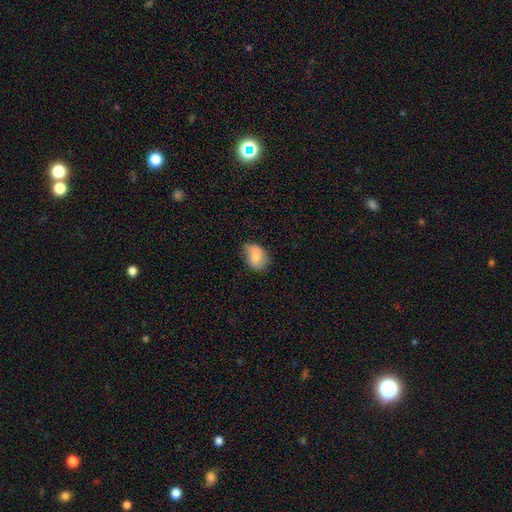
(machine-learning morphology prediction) Q: Smooth or featured?
A: smooth (76%); runner-up: featured or disk (16%)
Q: How rounded?
A: in between (68%); runner-up: round (31%)
Q: Merging?
A: none (56%); runner-up: minor disturbance (34%)